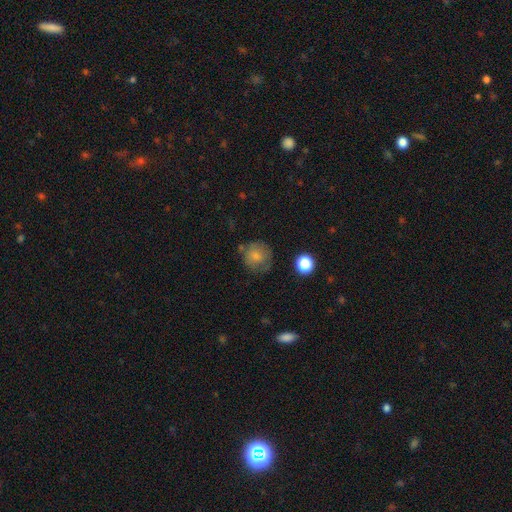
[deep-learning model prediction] smooth 76%, featured or disk 14%, star or artifact 10%. Down the decision tree: how rounded — round (89%); merging — none (65%).